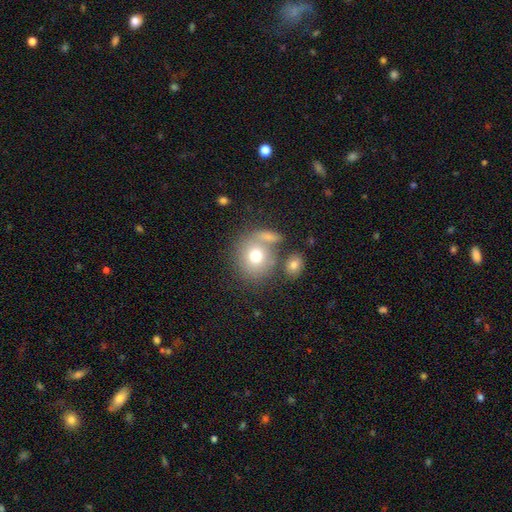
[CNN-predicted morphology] type=smooth (71%); roundness=round (84%); merging=none (58%).